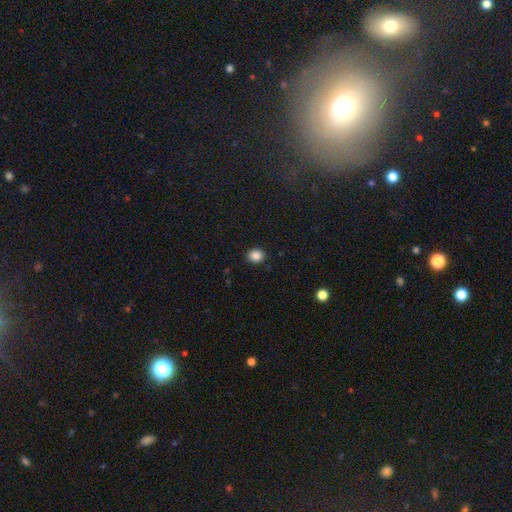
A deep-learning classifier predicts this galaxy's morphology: smooth 86%, star or artifact 10%, featured or disk 4%. Down the decision tree: how rounded — round (74%); merging — none (91%).